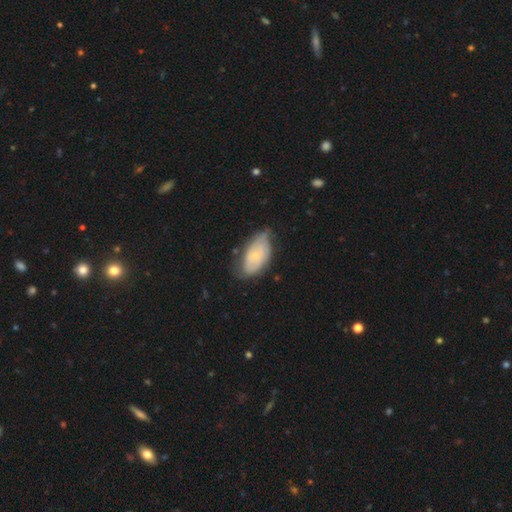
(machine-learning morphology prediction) Overall: smooth (52%; featured or disk 41%). How rounded: in between (93%). Merging: none (53%; minor disturbance 36%).